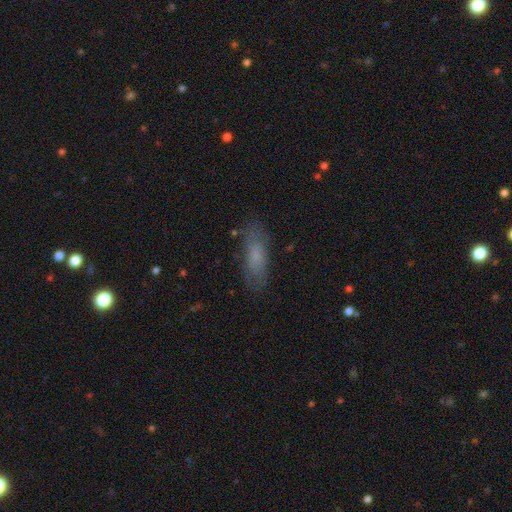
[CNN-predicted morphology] smooth-or-featured: smooth: 69% | featured or disk: 22% | star or artifact: 9%
  how-rounded: in between: 56% | cigar-shaped: 41% | round: 2%
  merging: none: 79% | minor disturbance: 15% | major disturbance: 4% | merger: 2%